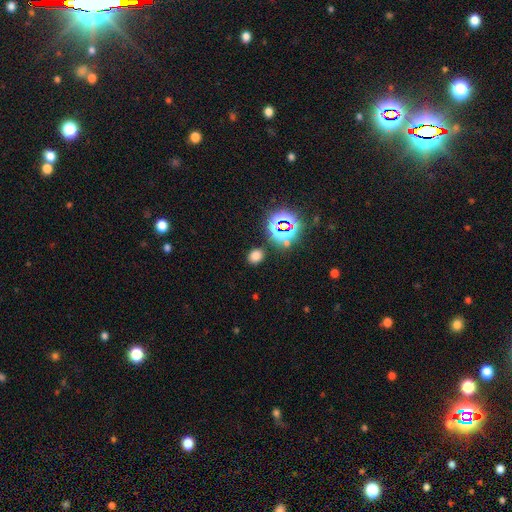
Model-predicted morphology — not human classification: smooth_or_featured: smooth (p=0.69) [alt: star or artifact p=0.25]
how_rounded: round (p=0.66) [alt: in between p=0.33]
merging: none (p=0.86) [alt: minor disturbance p=0.08]